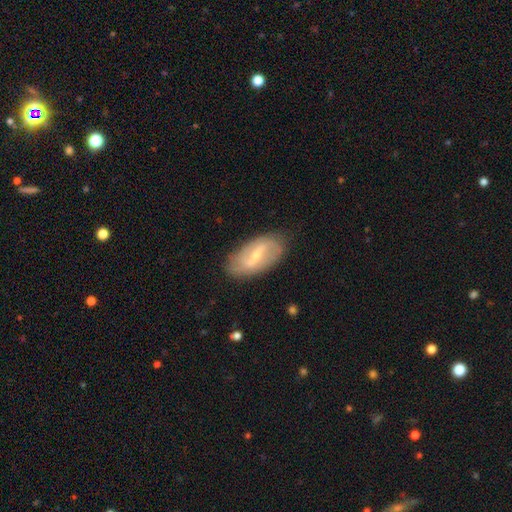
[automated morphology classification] featured or disk 74%, smooth 21%, star or artifact 6%. Down the decision tree: edge-on disk — no (92%); bar — strong (46%); spiral arms — yes (75%); spiral arm count — 2 (82%); spiral winding — loose (52%); bulge size — small (63%); merging — none (82%).